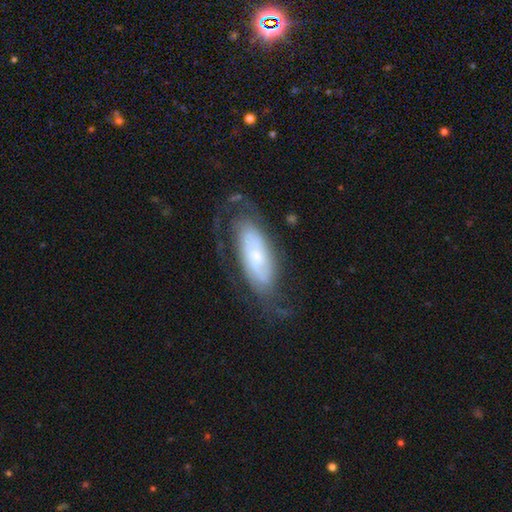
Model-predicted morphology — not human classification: smooth_or_featured: featured or disk (p=0.70) [alt: smooth p=0.23]
disk_edge_on: no (p=0.87) [alt: yes p=0.13]
bar: no (p=0.66) [alt: weak p=0.26]
has_spiral_arms: yes (p=0.81) [alt: no p=0.19]
bulge_size: small (p=0.62) [alt: moderate p=0.29]
merging: none (p=0.60) [alt: minor disturbance p=0.21]